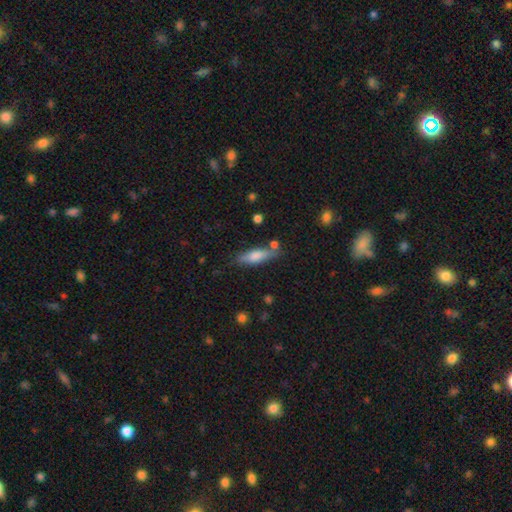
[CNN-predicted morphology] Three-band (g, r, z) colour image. It shows a smooth galaxy with no disk features (71%) that is cigar-shaped (55%). Merging: none (72%).